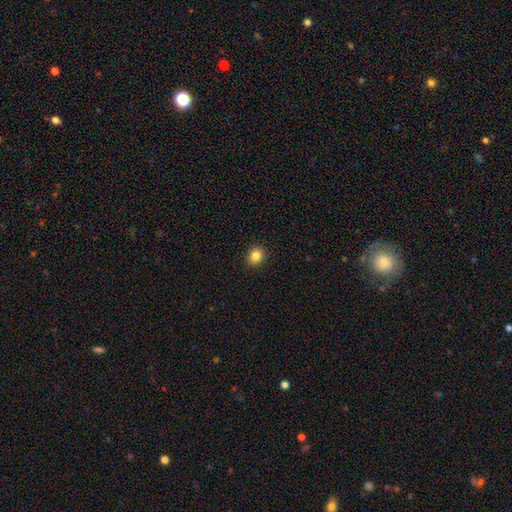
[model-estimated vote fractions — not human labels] Overall: smooth (84%). How rounded: round (78%). Merging: none (92%).